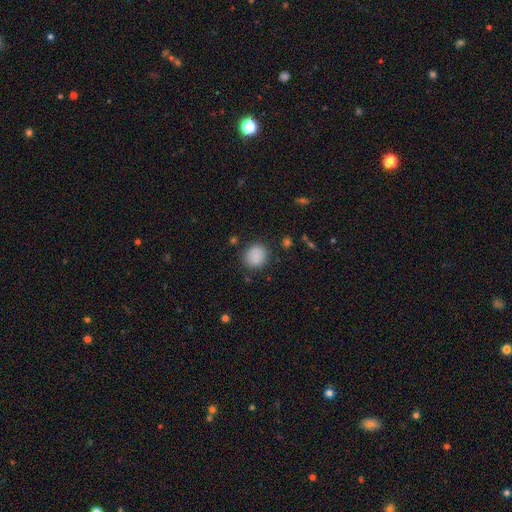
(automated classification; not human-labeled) A smooth galaxy with no disk features (87%) that is round (77%). Merging: none (83%).